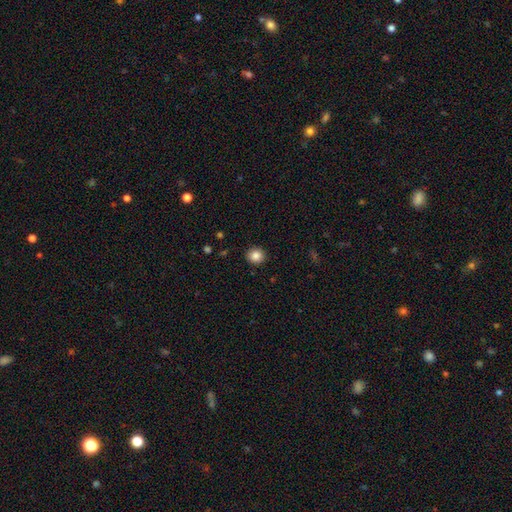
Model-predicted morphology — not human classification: smooth 86%, star or artifact 10%, featured or disk 5%. Down the decision tree: how rounded — round (90%); merging — none (92%).